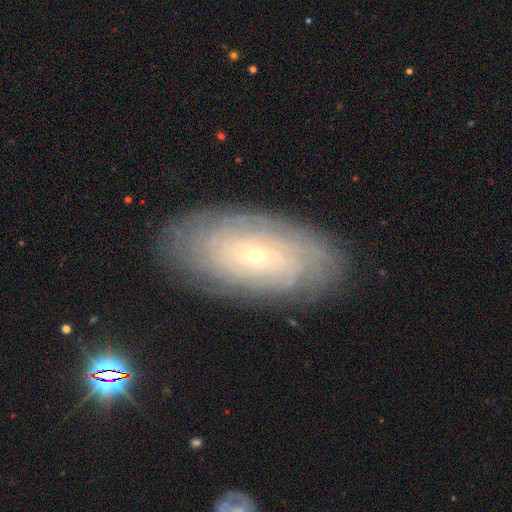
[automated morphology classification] A featured or disk galaxy (74%) with no bar (79%), tight (84%) spiral arms (88%) and a small central bulge (87%).

Vote fractions:
- Smooth or featured? featured or disk: 74% / smooth: 18% / star or artifact: 8%
- Edge-on disk? no: 93% / yes: 7%
- Bar? no: 79% / weak: 17% / strong: 4%
- Spiral arms? yes: 88% / no: 12%
- Spiral winding? tight: 84% / medium: 12% / loose: 4%
- Spiral arm count? can't tell: 55% / more than 4: 17% / 4: 10% / 2: 7% / 3: 6% / 1: 5%
- Bulge size? small: 87% / moderate: 10% / none: 1% / large: 1% / dominant: 1%
- Merging? none: 85% / minor disturbance: 11% / major disturbance: 3% / merger: 1%